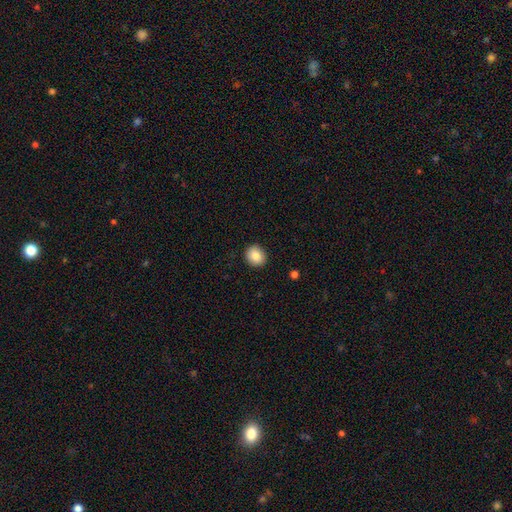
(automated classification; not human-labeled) Morphology: type=smooth (85%); roundness=round (78%); merging=none (90%).